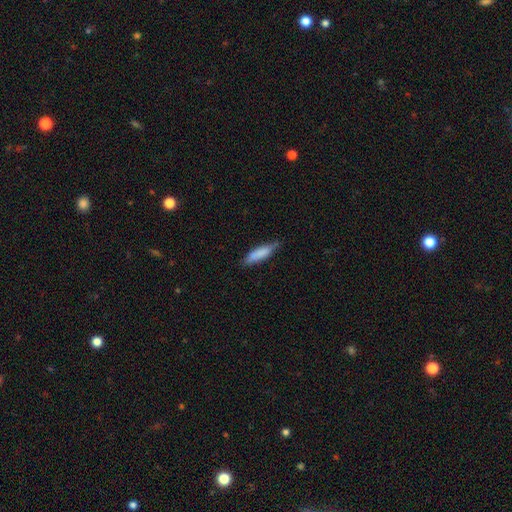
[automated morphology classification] smooth 75%, featured or disk 17%, star or artifact 7%. Down the decision tree: how rounded — cigar-shaped (78%); merging — none (77%).